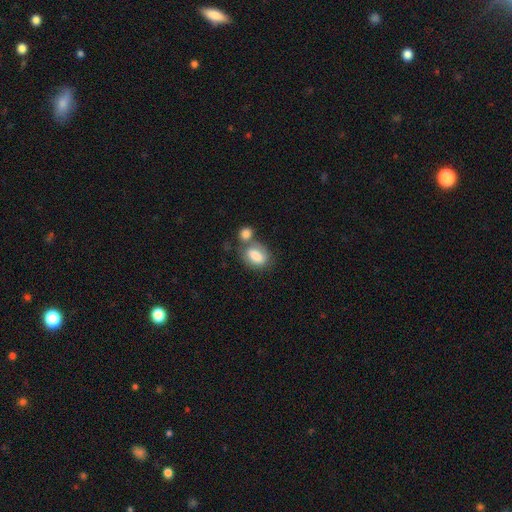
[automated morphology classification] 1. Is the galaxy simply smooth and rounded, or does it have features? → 76% smooth, 17% featured or disk, 7% star or artifact.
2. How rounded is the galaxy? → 76% in between, 22% round, 2% cigar-shaped.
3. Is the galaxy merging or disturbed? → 44% merger, 36% none, 14% minor disturbance, 6% major disturbance.